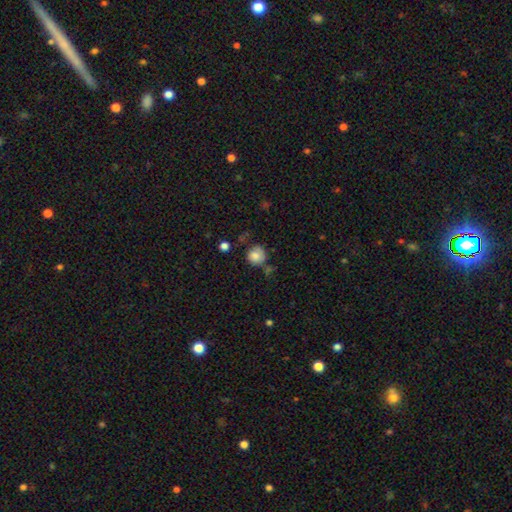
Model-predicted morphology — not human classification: Smooth or featured? smooth (81%)
How rounded? round (87%)
Merging? none (62%)